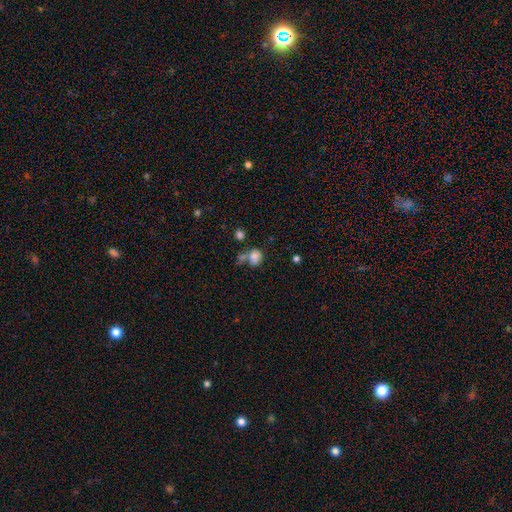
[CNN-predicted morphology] This appears to be a smooth galaxy with no disk features (78%) that is round (55%). Merging: none (36%, tied with merger).